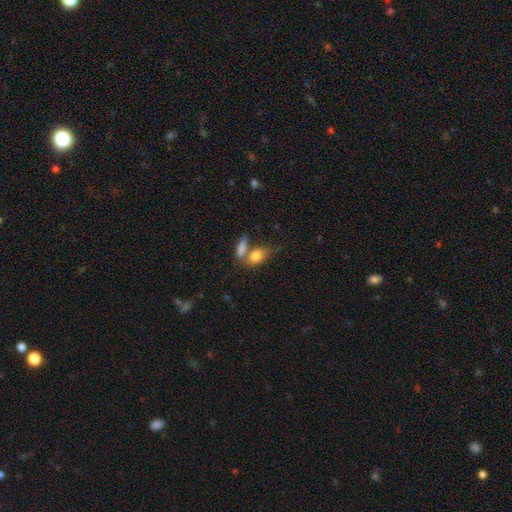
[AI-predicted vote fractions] Smooth or featured? smooth (80%)
How rounded? in between (79%)
Merging? merger (43%)